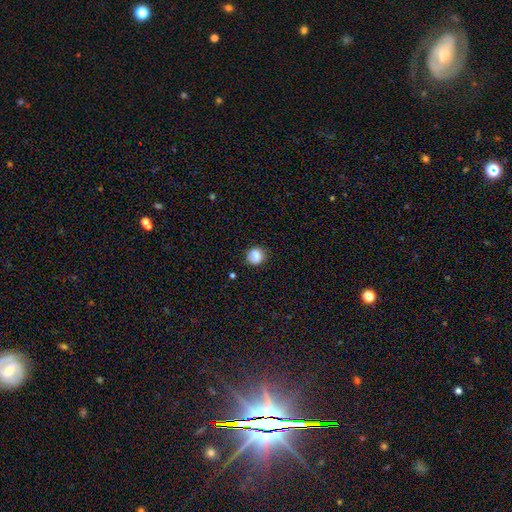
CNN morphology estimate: smooth 81%, featured or disk 10%, star or artifact 9%. Down the decision tree: how rounded — round (85%); merging — none (74%).